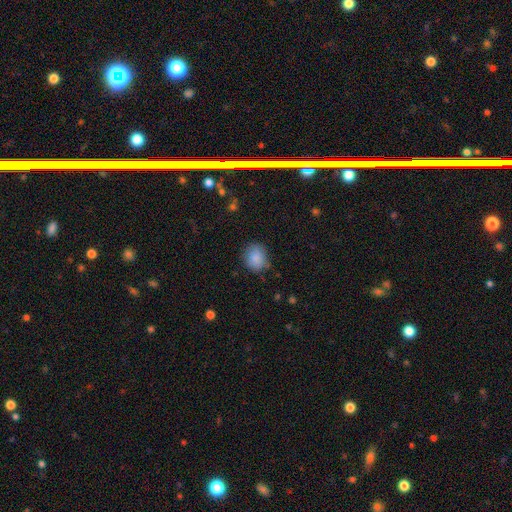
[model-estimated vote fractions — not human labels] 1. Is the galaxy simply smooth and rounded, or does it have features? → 86% smooth, 8% star or artifact, 6% featured or disk.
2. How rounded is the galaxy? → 62% round, 37% in between, 1% cigar-shaped.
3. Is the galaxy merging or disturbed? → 75% none, 19% minor disturbance, 5% major disturbance, 2% merger.